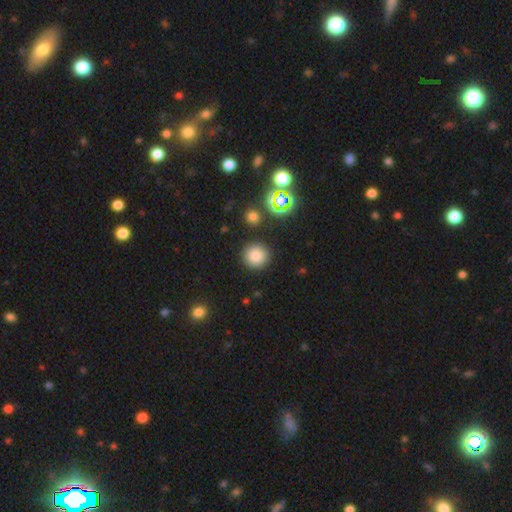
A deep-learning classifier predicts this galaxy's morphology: Smooth or featured?
  - smooth: 80% *
  - star or artifact: 14%
  - featured or disk: 6%
How rounded?
  - round: 94% *
  - in between: 5%
  - cigar-shaped: 1%
Merging?
  - none: 89% *
  - minor disturbance: 6%
  - merger: 3%
  - major disturbance: 2%